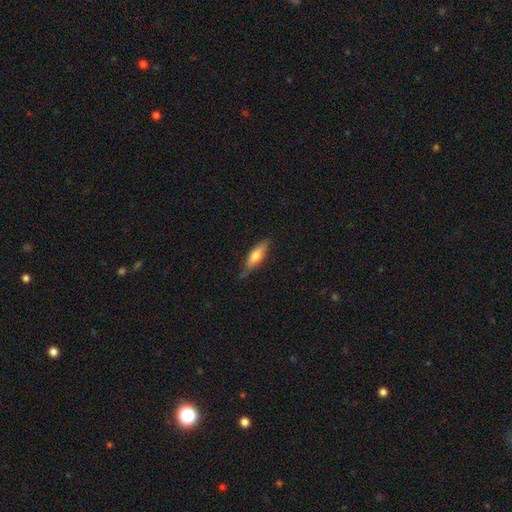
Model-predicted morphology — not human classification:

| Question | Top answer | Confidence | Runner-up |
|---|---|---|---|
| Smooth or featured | smooth | 61% | featured or disk (33%) |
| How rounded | cigar-shaped | 56% | in between (42%) |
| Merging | none | 73% | minor disturbance (21%) |